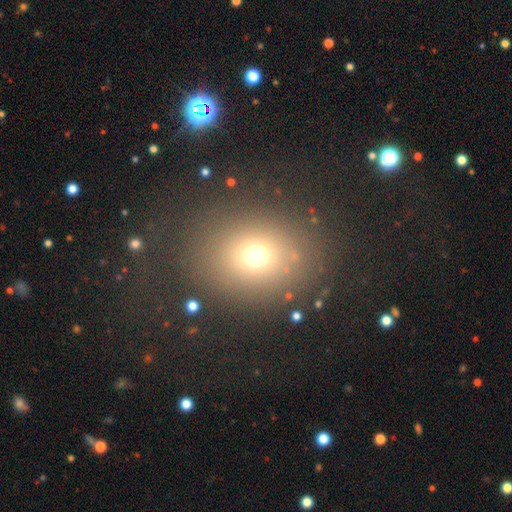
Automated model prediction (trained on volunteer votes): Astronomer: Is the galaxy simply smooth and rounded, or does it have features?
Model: smooth — 68%.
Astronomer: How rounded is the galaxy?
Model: round — 64%.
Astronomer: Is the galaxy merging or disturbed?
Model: none — 79%.